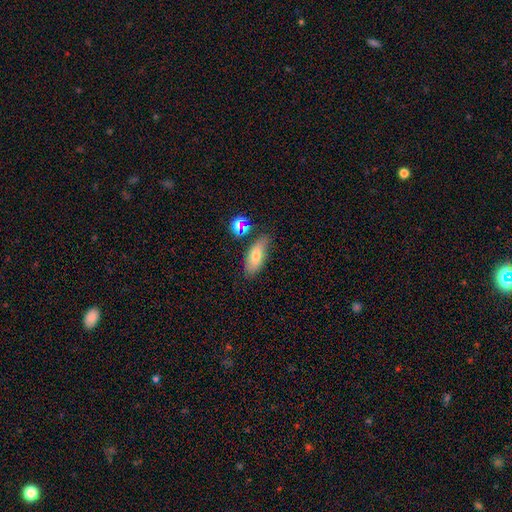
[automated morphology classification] Smooth or featured?
  - smooth: 73% *
  - featured or disk: 17%
  - star or artifact: 11%
How rounded?
  - in between: 78% *
  - cigar-shaped: 18%
  - round: 4%
Merging?
  - none: 72% *
  - minor disturbance: 18%
  - merger: 6%
  - major disturbance: 5%